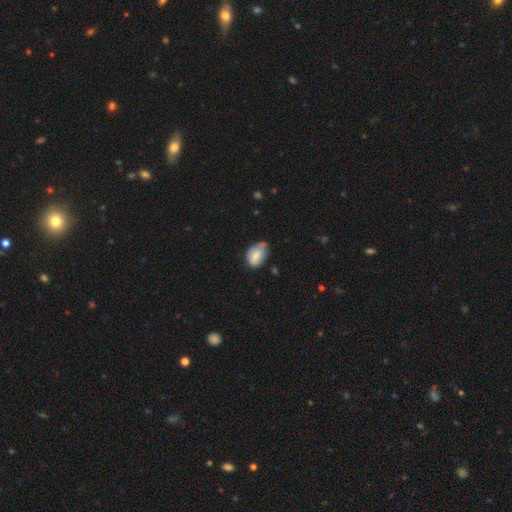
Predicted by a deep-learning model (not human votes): This is likely a smooth galaxy (69%). How rounded: clearly in between (84%). Merging: possibly none (46%).